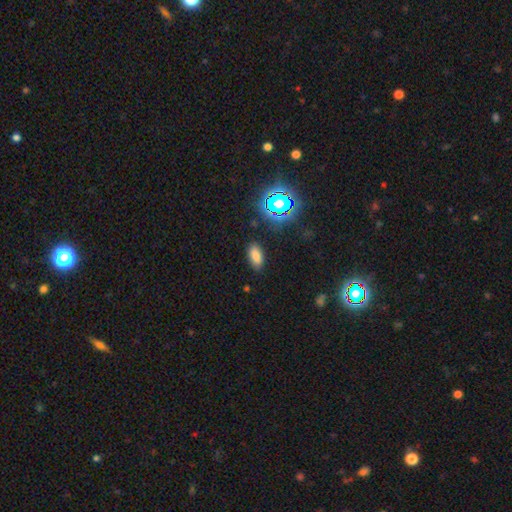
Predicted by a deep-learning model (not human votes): This is likely a smooth galaxy (74%). How rounded: clearly in between (90%). Merging: clearly none (86%).